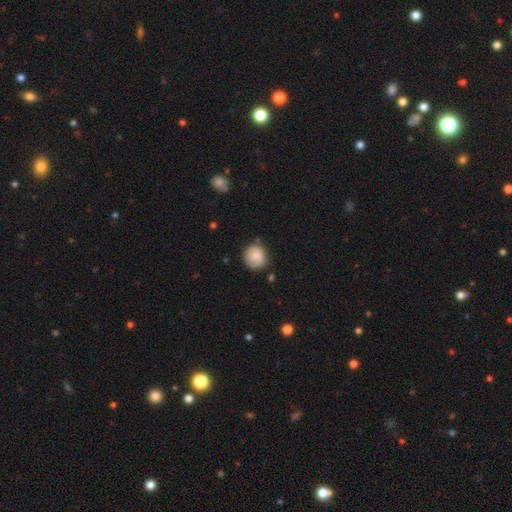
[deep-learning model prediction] Smooth or featured?
  - smooth: 85% *
  - star or artifact: 8%
  - featured or disk: 8%
How rounded?
  - round: 85% *
  - in between: 14%
  - cigar-shaped: 1%
Merging?
  - none: 74% *
  - minor disturbance: 19%
  - major disturbance: 4%
  - merger: 3%